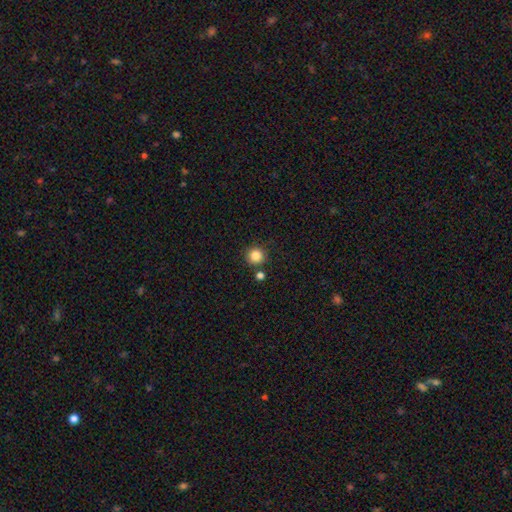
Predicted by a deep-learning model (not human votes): Smooth or featured?
  - smooth: 85% *
  - star or artifact: 11%
  - featured or disk: 4%
How rounded?
  - round: 95% *
  - in between: 4%
  - cigar-shaped: 1%
Merging?
  - none: 84% *
  - minor disturbance: 7%
  - merger: 7%
  - major disturbance: 2%